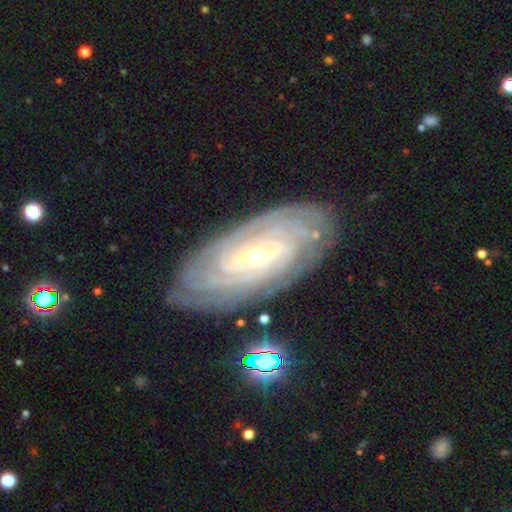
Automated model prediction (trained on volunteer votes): Smooth or featured: featured or disk — 88% (smooth — 7%)
Edge-on disk: no — 93% (yes — 7%)
Bar: weak — 41% (no — 36%)
Spiral arms: yes — 96% (no — 4%)
Spiral winding: tight — 84% (medium — 13%)
Spiral arm count: can't tell — 38% (4 — 21%)
Bulge size: small — 61% (moderate — 35%)
Merging: none — 83% (minor disturbance — 13%)